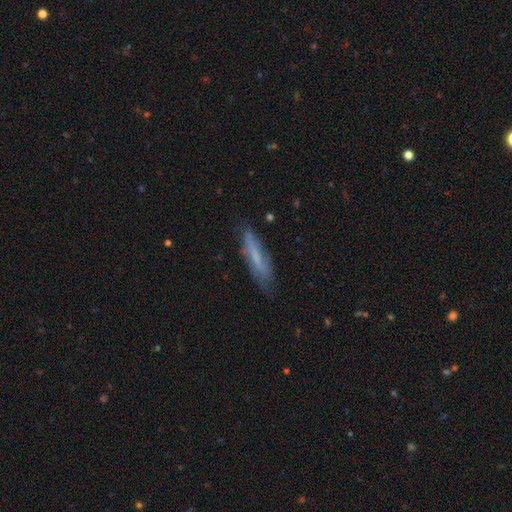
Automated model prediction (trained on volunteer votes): smooth 51%, featured or disk 41%, star or artifact 8%. Down the decision tree: how rounded — cigar-shaped (78%); merging — none (72%).